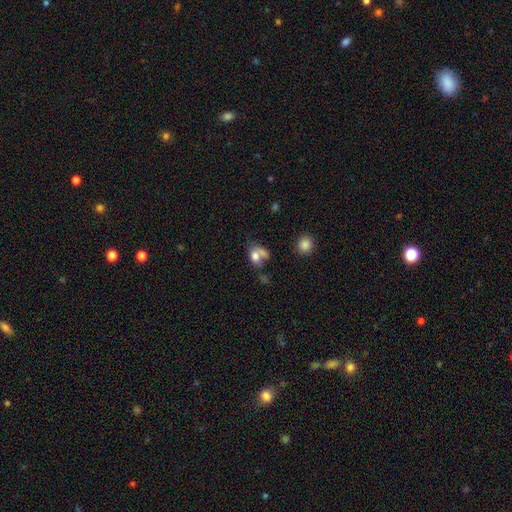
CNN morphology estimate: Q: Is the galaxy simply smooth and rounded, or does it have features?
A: smooth — 73%.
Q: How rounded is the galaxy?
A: in between — 57%.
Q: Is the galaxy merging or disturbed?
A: merger — 40%.